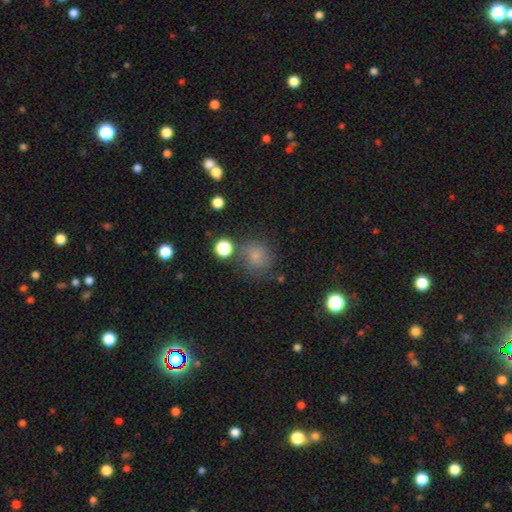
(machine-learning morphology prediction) smooth_or_featured: smooth (p=0.73) [alt: star or artifact p=0.17]
how_rounded: round (p=0.81) [alt: in between p=0.18]
merging: none (p=0.70) [alt: minor disturbance p=0.17]